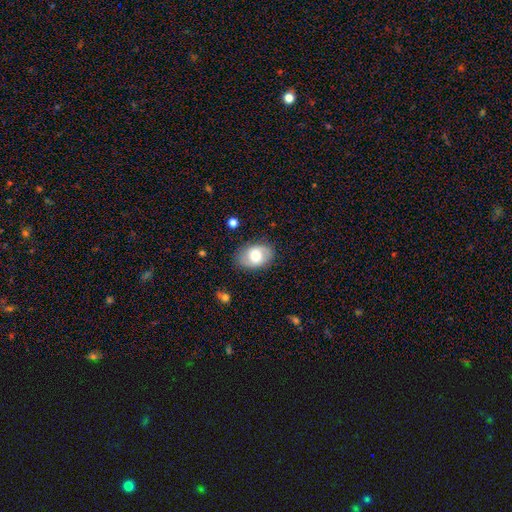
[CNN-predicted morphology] The model was most divided on "smooth or featured": smooth: 61%, featured or disk: 31%, star or artifact: 7%. More confident: merging — none (82%); how rounded — in between (81%).